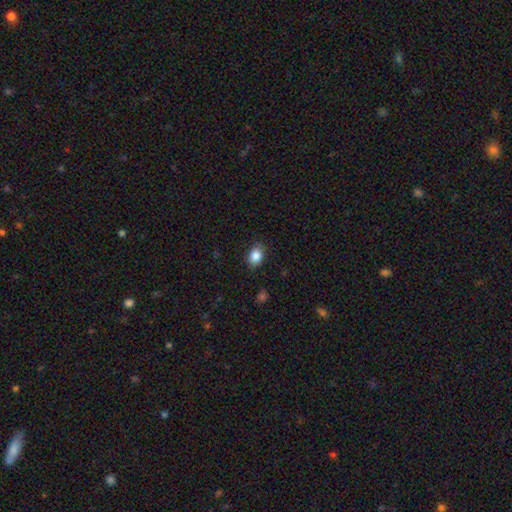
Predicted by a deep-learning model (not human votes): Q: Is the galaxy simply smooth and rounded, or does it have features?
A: smooth — 86%.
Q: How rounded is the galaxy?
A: in between — 68%.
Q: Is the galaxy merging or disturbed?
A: none — 84%.